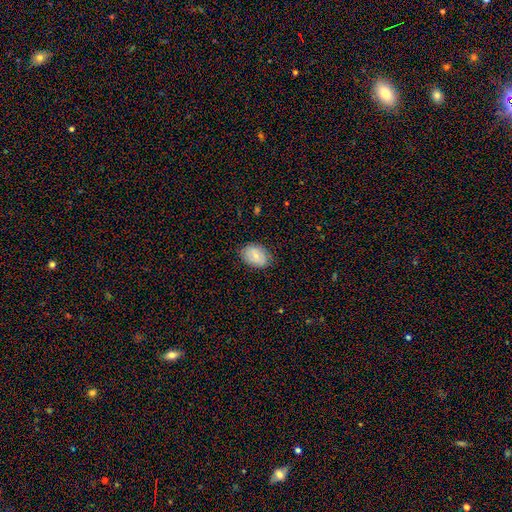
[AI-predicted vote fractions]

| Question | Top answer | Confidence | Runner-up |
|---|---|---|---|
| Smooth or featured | smooth | 72% | featured or disk (20%) |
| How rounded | in between | 81% | round (18%) |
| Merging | none | 80% | minor disturbance (16%) |